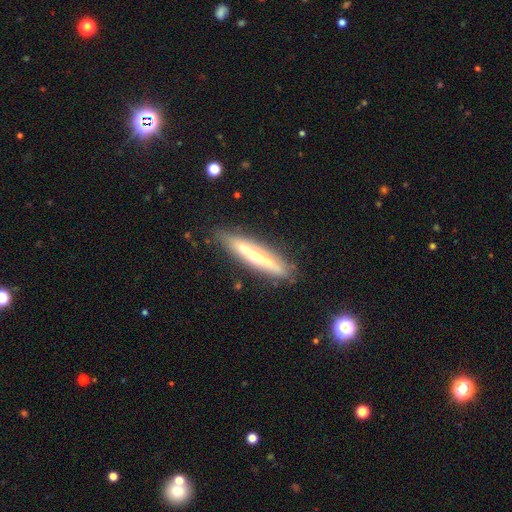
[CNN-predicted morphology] smooth_or_featured: featured or disk (p=0.63) [alt: smooth p=0.31]
disk_edge_on: yes (p=0.83) [alt: no p=0.17]
edge_on_bulge: rounded (p=0.71) [alt: none p=0.21]
merging: none (p=0.81) [alt: minor disturbance p=0.14]